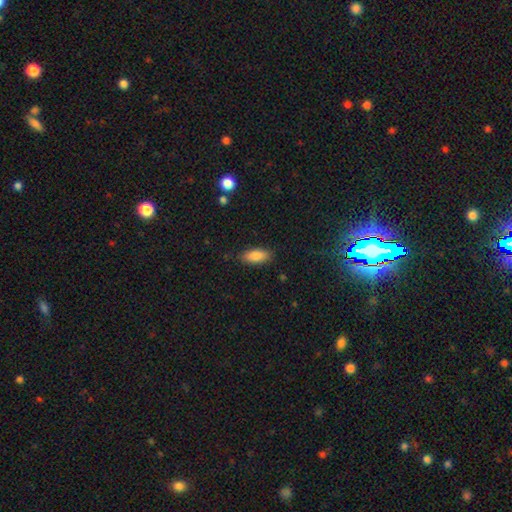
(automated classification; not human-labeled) Smooth or featured? Predicted: smooth (p=0.86). How rounded? Predicted: in between (p=0.84). Merging? Predicted: none (p=0.84).